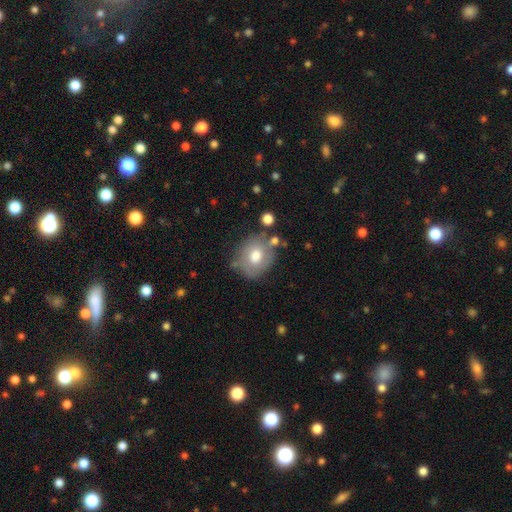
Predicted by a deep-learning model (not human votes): smooth 64%, featured or disk 28%, star or artifact 8%. Down the decision tree: how rounded — round (65%); merging — none (63%).